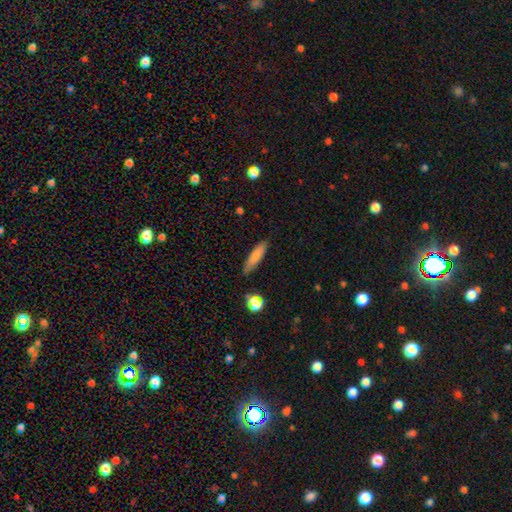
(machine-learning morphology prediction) Smooth or featured? Predicted: smooth (p=0.76). How rounded? Predicted: cigar-shaped (p=0.72). Merging? Predicted: none (p=0.84).